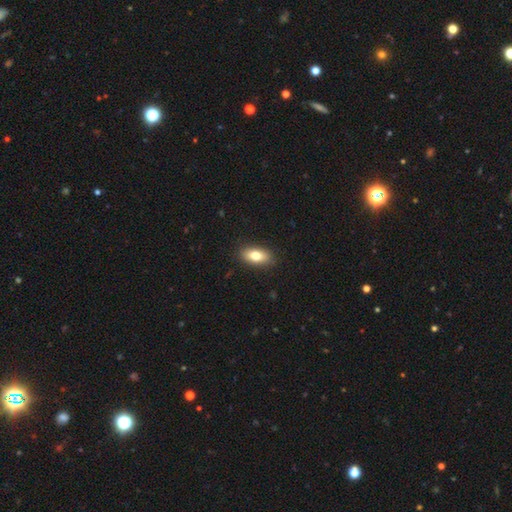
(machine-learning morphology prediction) smooth_or_featured: smooth (p=0.78) [alt: featured or disk p=0.14]
how_rounded: in between (p=0.87) [alt: cigar-shaped p=0.07]
merging: none (p=0.88) [alt: minor disturbance p=0.09]